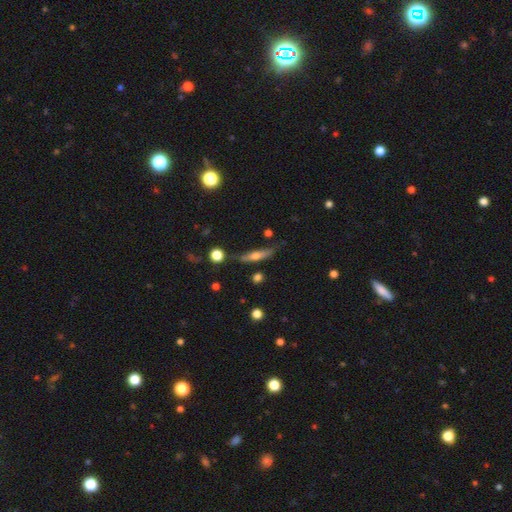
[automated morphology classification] This is possibly a smooth galaxy (47%). Merging: likely none (70%).